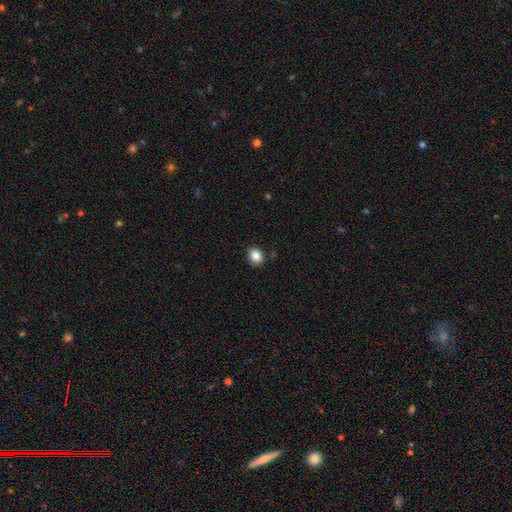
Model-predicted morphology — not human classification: This appears to be a smooth galaxy with no disk features (85%) that is round (61%). Merging: none (87%).